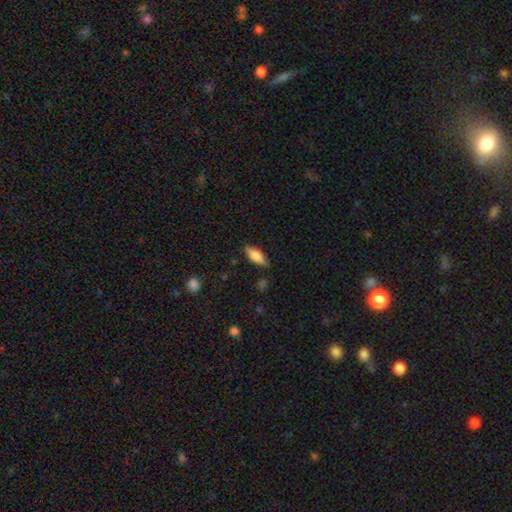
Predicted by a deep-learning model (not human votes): Smooth or featured?
  - smooth: 74% *
  - featured or disk: 20%
  - star or artifact: 7%
How rounded?
  - in between: 74% *
  - cigar-shaped: 24%
  - round: 3%
Merging?
  - none: 80% *
  - minor disturbance: 15%
  - major disturbance: 3%
  - merger: 2%